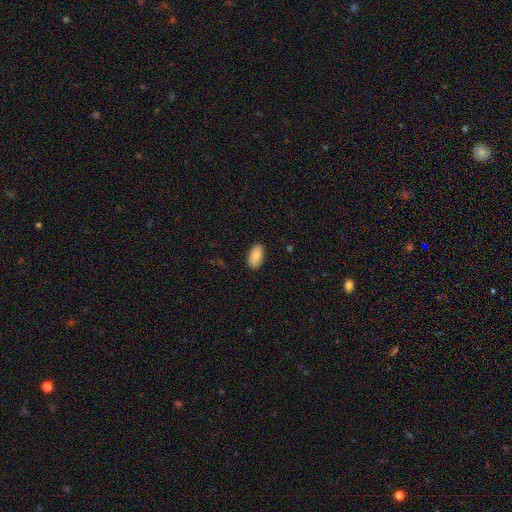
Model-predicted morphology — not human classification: Smooth or featured?
  - smooth: 87% *
  - featured or disk: 7%
  - star or artifact: 7%
How rounded?
  - in between: 94% *
  - cigar-shaped: 3%
  - round: 3%
Merging?
  - none: 86% *
  - minor disturbance: 11%
  - major disturbance: 2%
  - merger: 1%